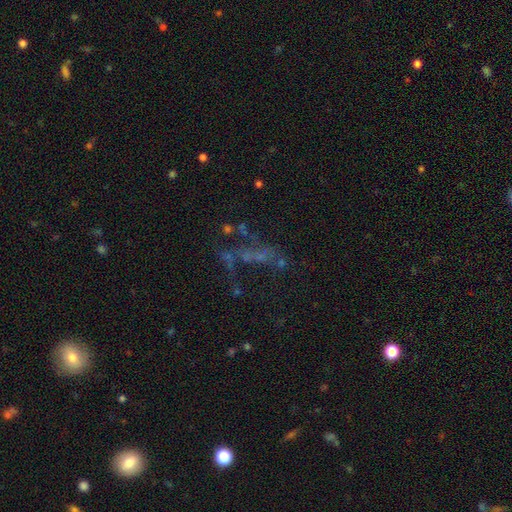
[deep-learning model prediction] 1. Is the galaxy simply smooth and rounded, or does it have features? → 41% star or artifact, 39% featured or disk, 20% smooth.